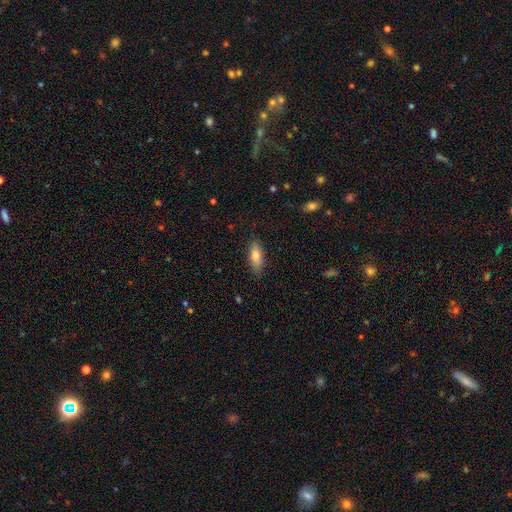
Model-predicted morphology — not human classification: Smooth or featured? Predicted: smooth (p=0.73). How rounded? Predicted: in between (p=0.70). Merging? Predicted: none (p=0.83).